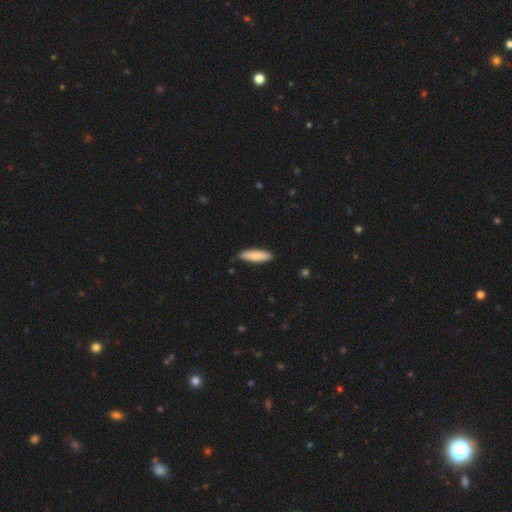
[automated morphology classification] This appears to be a smooth galaxy with no disk features (85%) that is cigar-shaped (64%). Merging: none (86%).